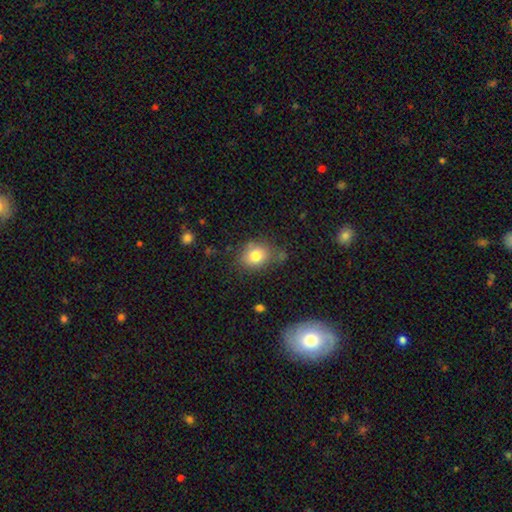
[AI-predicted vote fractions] Q: Smooth or featured?
A: smooth (80%); runner-up: featured or disk (10%)
Q: How rounded?
A: in between (51%); runner-up: round (47%)
Q: Merging?
A: none (70%); runner-up: minor disturbance (19%)